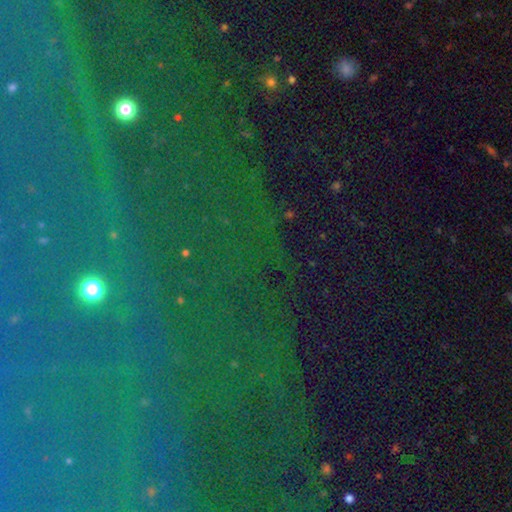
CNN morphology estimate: smooth_or_featured: star or artifact (p=0.78) [alt: smooth p=0.12]